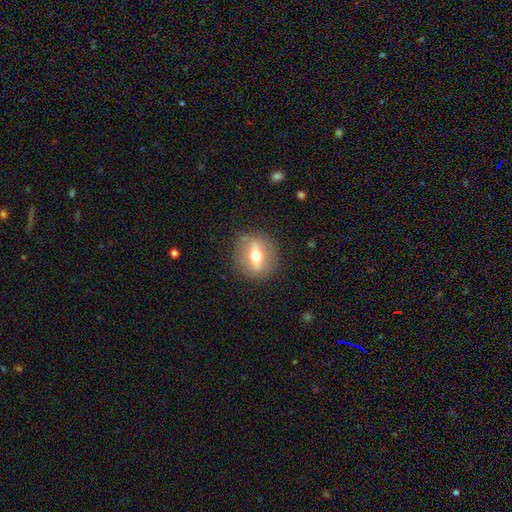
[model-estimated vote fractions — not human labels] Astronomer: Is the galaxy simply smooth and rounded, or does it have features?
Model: featured or disk — 55% (runner-up: smooth, 37%).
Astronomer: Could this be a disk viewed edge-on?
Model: no — 54% (runner-up: yes, 46%).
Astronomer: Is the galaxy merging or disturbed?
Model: none — 86%.